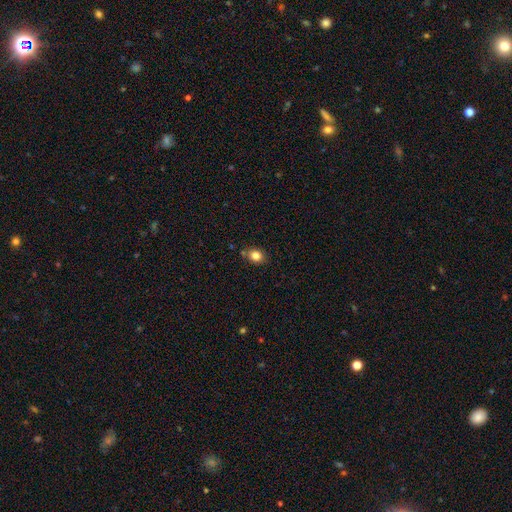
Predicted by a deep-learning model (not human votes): A smooth galaxy with no disk features (82%) that is round (55%). Merging: none (75%).